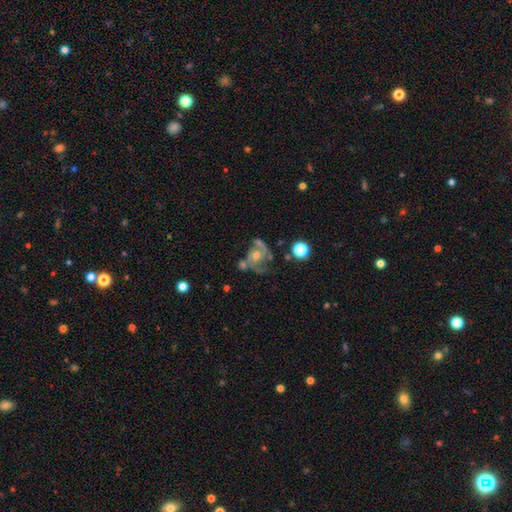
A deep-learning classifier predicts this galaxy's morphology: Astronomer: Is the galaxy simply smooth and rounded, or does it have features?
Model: featured or disk — 76%.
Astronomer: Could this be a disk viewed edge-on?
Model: no — 97%.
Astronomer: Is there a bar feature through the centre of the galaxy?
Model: no — 73%.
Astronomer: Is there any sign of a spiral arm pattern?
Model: yes — 85%.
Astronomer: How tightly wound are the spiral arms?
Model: medium — 48% (runner-up: loose, 28%).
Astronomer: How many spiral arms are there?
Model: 2 — 61%.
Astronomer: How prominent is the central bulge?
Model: moderate — 61%.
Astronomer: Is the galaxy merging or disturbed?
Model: none — 38% (runner-up: major disturbance, 24%).